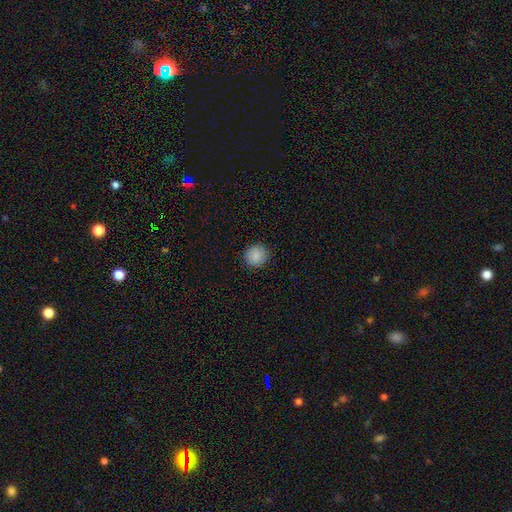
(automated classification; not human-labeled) Overall: smooth (88%). How rounded: round (92%). Merging: none (91%).